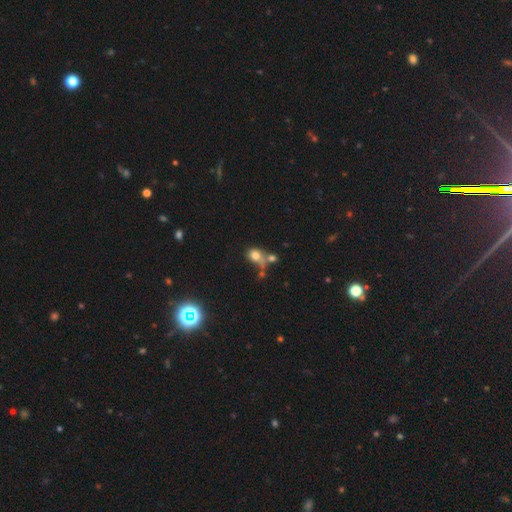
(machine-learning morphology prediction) Q: Smooth or featured?
A: smooth (72%); runner-up: featured or disk (15%)
Q: How rounded?
A: round (59%); runner-up: in between (40%)
Q: Merging?
A: merger (41%); runner-up: none (31%)